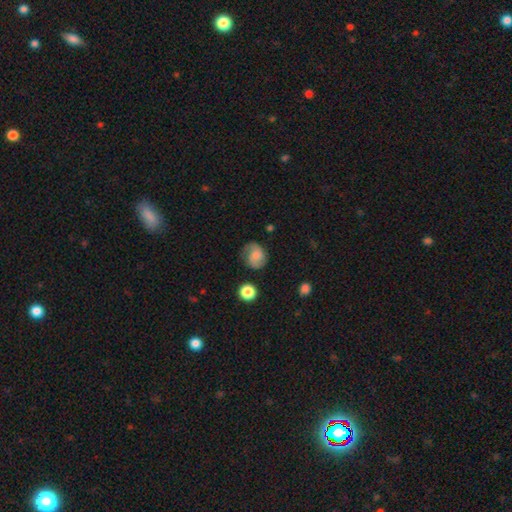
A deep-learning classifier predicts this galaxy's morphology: smooth_or_featured: smooth (p=0.49) [alt: featured or disk p=0.41]
merging: none (p=0.62) [alt: minor disturbance p=0.24]